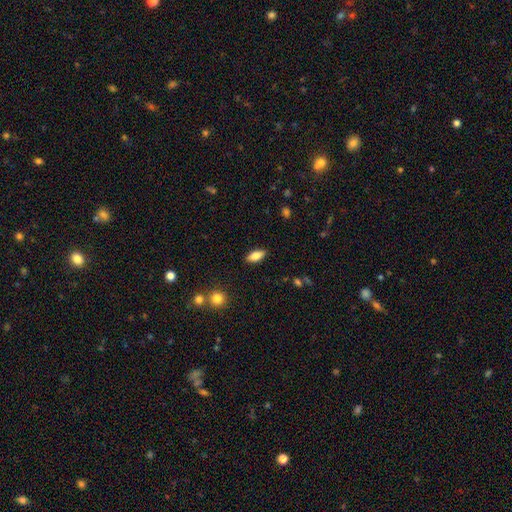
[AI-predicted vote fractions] smooth-or-featured: smooth: 79% | featured or disk: 14% | star or artifact: 7%
  how-rounded: in between: 85% | cigar-shaped: 12% | round: 3%
  merging: none: 88% | minor disturbance: 9% | major disturbance: 2% | merger: 1%